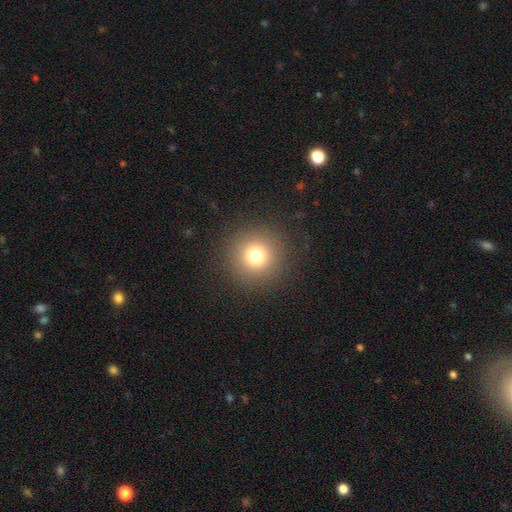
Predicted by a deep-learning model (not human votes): This is likely a smooth galaxy (75%). How rounded: clearly round (95%). Merging: clearly none (90%).